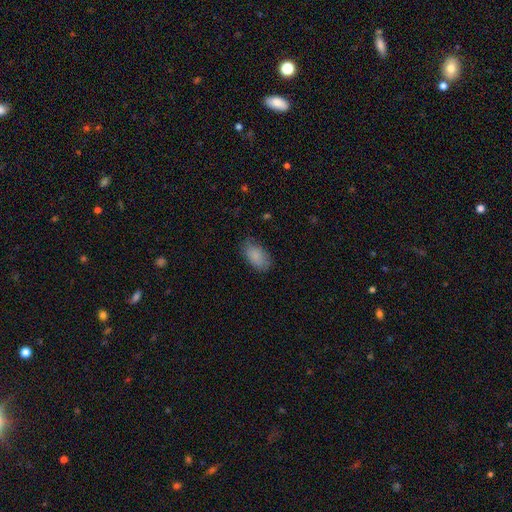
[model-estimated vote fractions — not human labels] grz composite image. It shows a smooth galaxy with no disk features (86%) that is in between round and cigar-shaped (93%). Merging: none (74%).